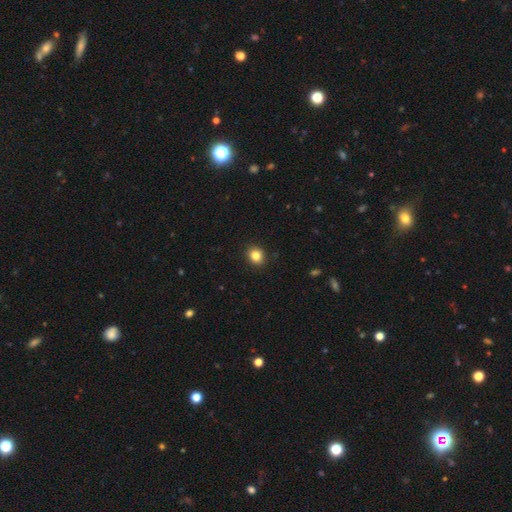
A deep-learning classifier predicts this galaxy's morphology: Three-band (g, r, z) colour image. It shows a smooth galaxy with no disk features (84%) that is round (69%). Merging: none (91%).